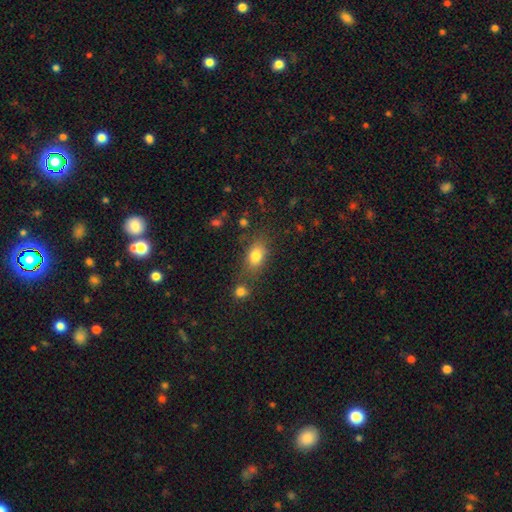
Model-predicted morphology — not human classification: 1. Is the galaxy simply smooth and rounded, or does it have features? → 80% smooth, 10% star or artifact, 10% featured or disk.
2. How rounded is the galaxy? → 80% in between, 16% round, 4% cigar-shaped.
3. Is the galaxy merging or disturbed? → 68% none, 15% minor disturbance, 12% merger, 5% major disturbance.